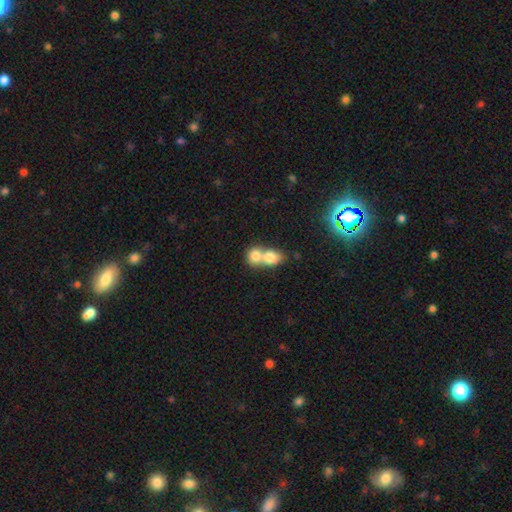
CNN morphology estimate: Smooth or featured: smooth — 77% (featured or disk — 15%)
How rounded: round — 54% (in between — 44%)
Merging: merger — 75% (none — 19%)